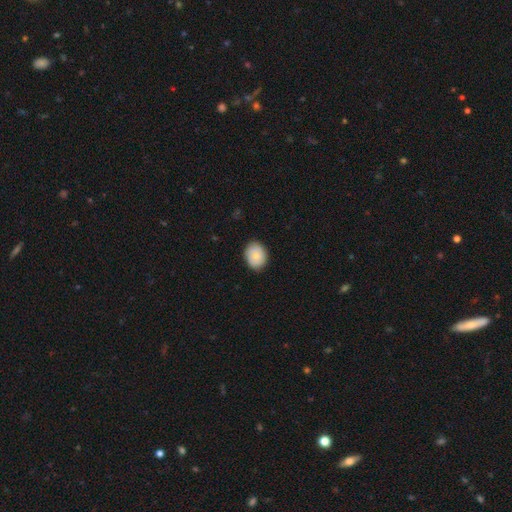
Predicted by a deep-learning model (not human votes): Smooth or featured: smooth — 81% (featured or disk — 12%)
How rounded: in between — 51% (round — 48%)
Merging: none — 85% (minor disturbance — 12%)